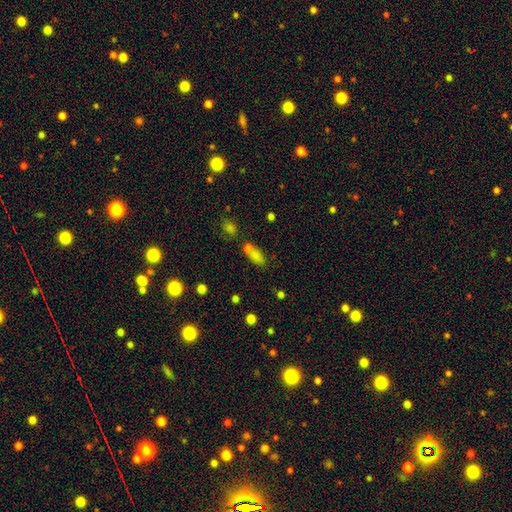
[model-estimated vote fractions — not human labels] Smooth or featured?
  - smooth: 73% *
  - star or artifact: 16%
  - featured or disk: 11%
How rounded?
  - in between: 75% *
  - cigar-shaped: 14%
  - round: 11%
Merging?
  - none: 44% *
  - merger: 37%
  - minor disturbance: 13%
  - major disturbance: 6%